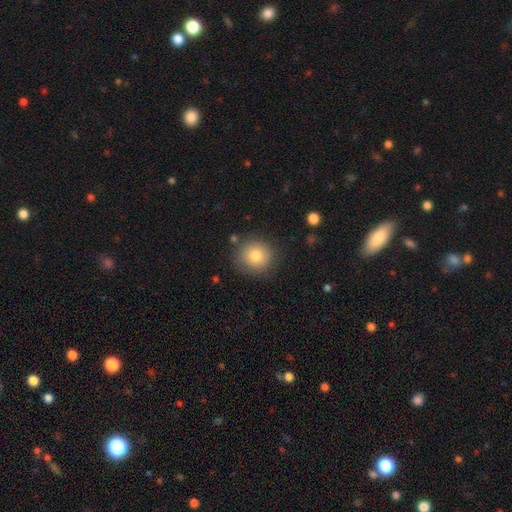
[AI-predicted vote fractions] Overall: smooth (79%). How rounded: round (90%). Merging: none (83%).